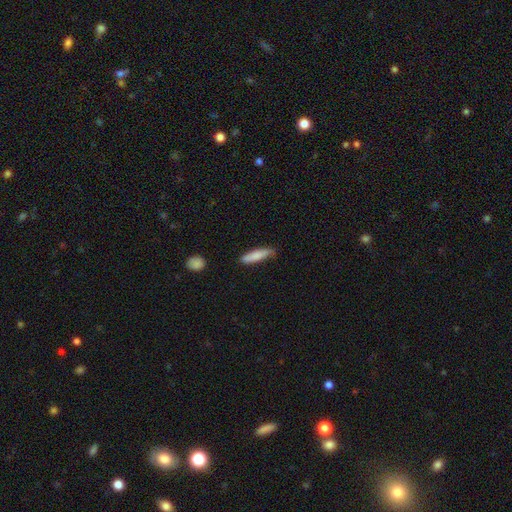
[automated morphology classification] A smooth galaxy with no disk features (80%) that is cigar-shaped (77%).

Vote fractions:
- Smooth or featured? smooth: 80% / featured or disk: 15% / star or artifact: 6%
- How rounded? cigar-shaped: 77% / in between: 21% / round: 2%
- Merging? none: 71% / minor disturbance: 23% / major disturbance: 3% / merger: 2%